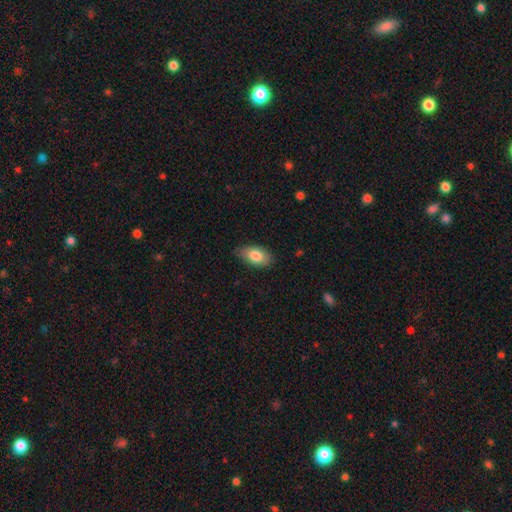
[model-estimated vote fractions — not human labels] smooth-or-featured: smooth: 81% | featured or disk: 12% | star or artifact: 7%
  how-rounded: in between: 92% | round: 5% | cigar-shaped: 3%
  merging: none: 77% | minor disturbance: 19% | major disturbance: 3% | merger: 1%